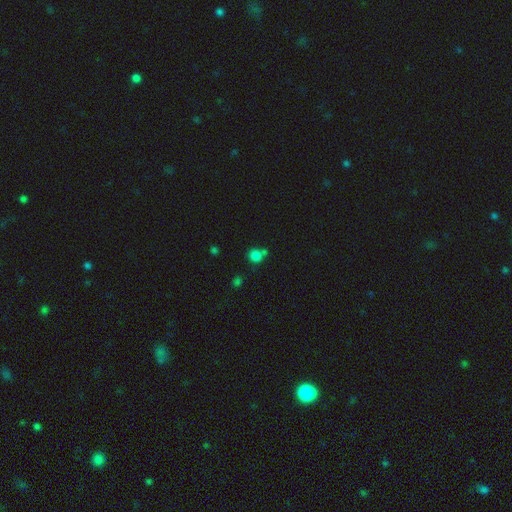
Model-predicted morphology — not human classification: Smooth or featured? Predicted: smooth (p=0.80). How rounded? Predicted: round (p=0.85). Merging? Predicted: none (p=0.61).